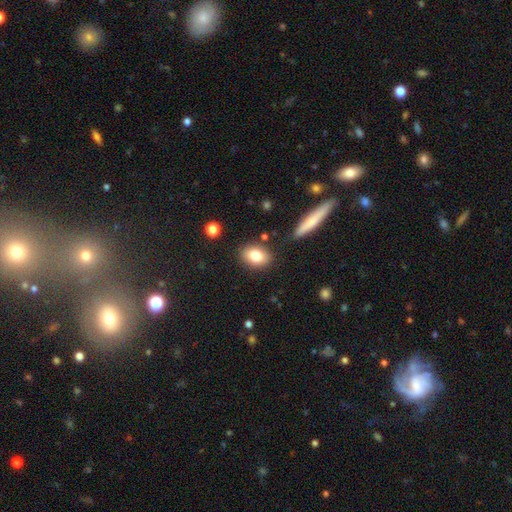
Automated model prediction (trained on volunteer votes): A smooth galaxy with no disk features (80%) that is in between round and cigar-shaped (74%). Merging: none (83%).